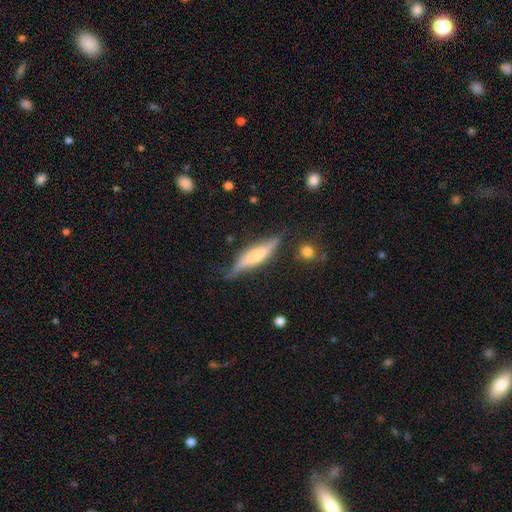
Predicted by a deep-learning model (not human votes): This appears to be a featured or disk galaxy (64%) viewed edge-on (88%) with a rounded central bulge (82%). Merging: none (69%).